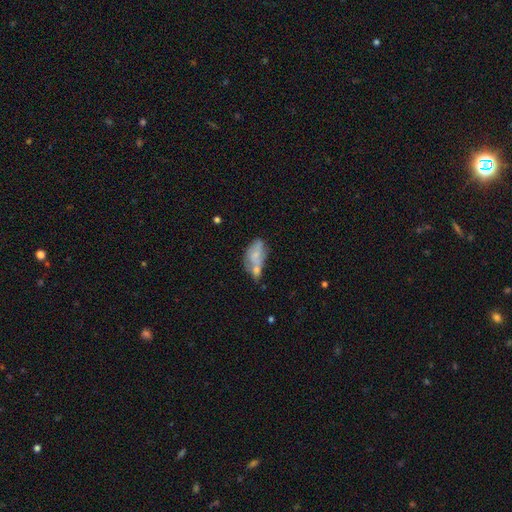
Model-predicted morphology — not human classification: Q: Smooth or featured?
A: smooth (54%); runner-up: featured or disk (38%)
Q: How rounded?
A: in between (88%); runner-up: cigar-shaped (7%)
Q: Merging?
A: merger (49%); runner-up: none (22%)